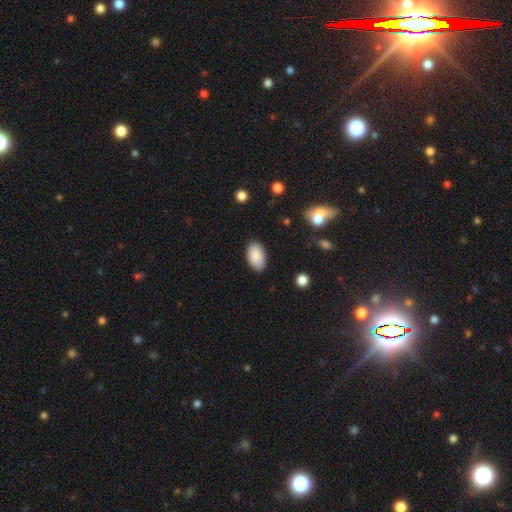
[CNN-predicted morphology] A smooth galaxy with no disk features (89%) that is in between round and cigar-shaped (94%).

Vote fractions:
- Smooth or featured? smooth: 89% / star or artifact: 7% / featured or disk: 5%
- How rounded? in between: 94% / round: 4% / cigar-shaped: 1%
- Merging? none: 86% / minor disturbance: 11% / major disturbance: 2% / merger: 1%